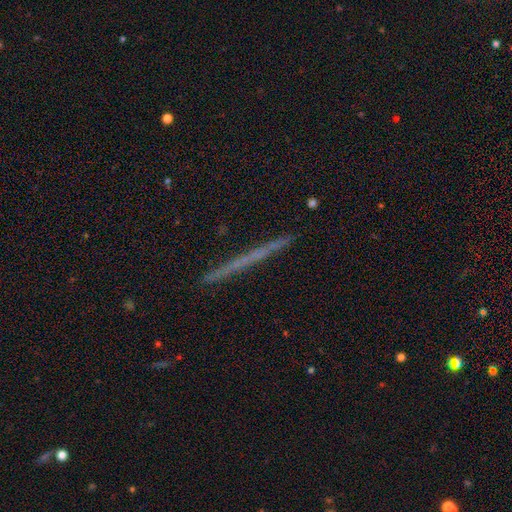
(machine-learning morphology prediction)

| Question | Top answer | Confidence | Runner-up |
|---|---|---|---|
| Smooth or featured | featured or disk | 53% | smooth (39%) |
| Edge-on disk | yes | 97% | no (3%) |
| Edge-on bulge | none | 93% | rounded (5%) |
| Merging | none | 91% | minor disturbance (6%) |